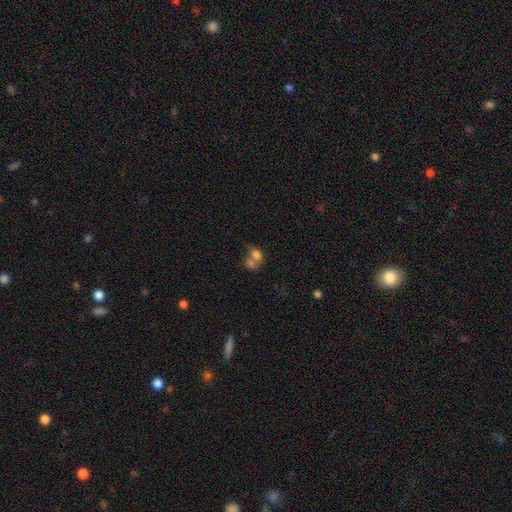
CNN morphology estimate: smooth_or_featured: smooth (p=0.74) [alt: featured or disk p=0.16]
how_rounded: in between (p=0.62) [alt: round p=0.36]
merging: merger (p=0.69) [alt: none p=0.18]